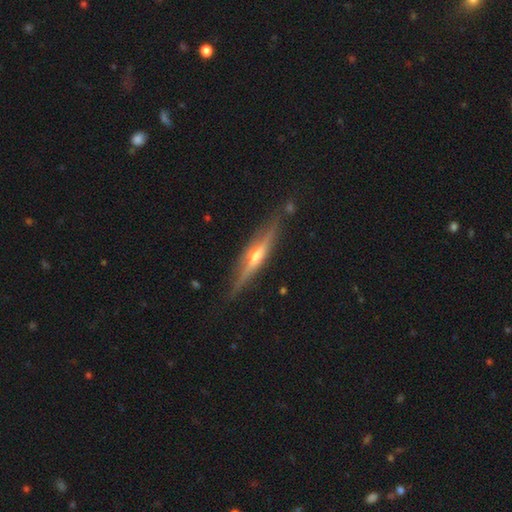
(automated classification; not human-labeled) This appears to be a featured or disk galaxy (77%) viewed edge-on (97%) with a rounded central bulge (88%). Merging: none (85%).